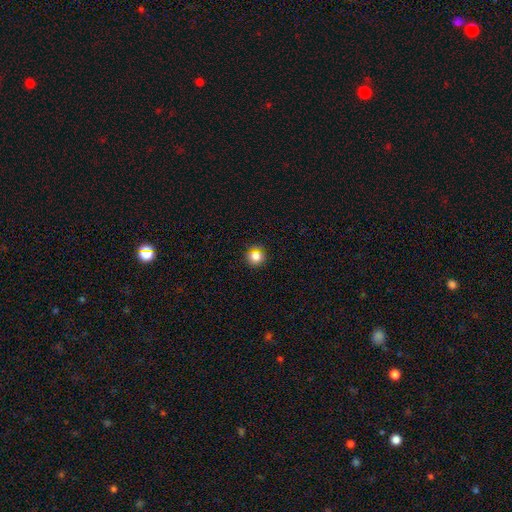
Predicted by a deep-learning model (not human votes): A smooth galaxy with no disk features (75%) that is round (91%).

Vote fractions:
- Smooth or featured? smooth: 75% / star or artifact: 18% / featured or disk: 7%
- How rounded? round: 91% / in between: 8% / cigar-shaped: 1%
- Merging? none: 85% / minor disturbance: 9% / major disturbance: 3% / merger: 3%